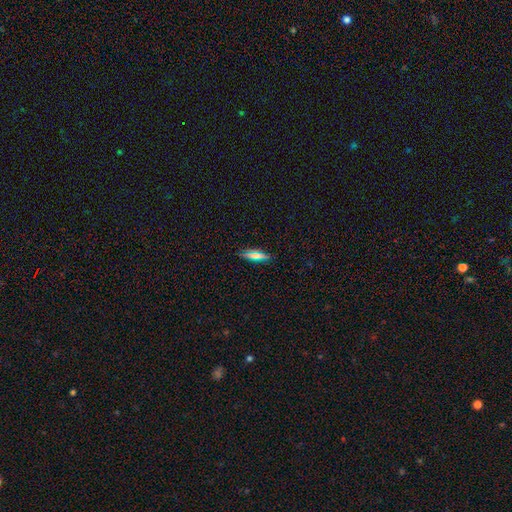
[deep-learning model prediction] Morphology: type=smooth (58%); roundness=cigar-shaped (54%); merging=none (88%).